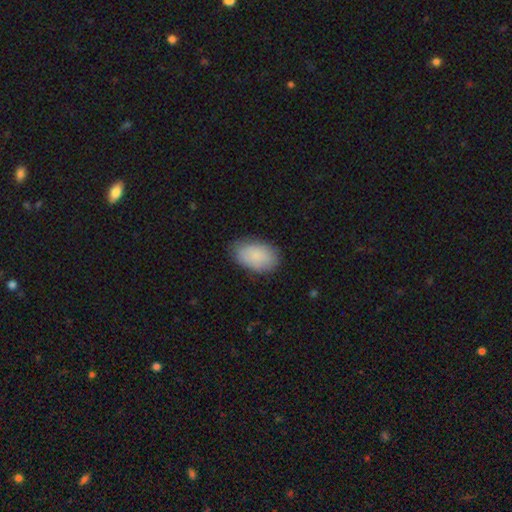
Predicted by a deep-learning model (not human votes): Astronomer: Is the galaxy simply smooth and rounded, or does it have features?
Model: smooth — 86%.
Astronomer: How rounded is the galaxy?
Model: in between — 92%.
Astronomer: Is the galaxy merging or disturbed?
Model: none — 79%.